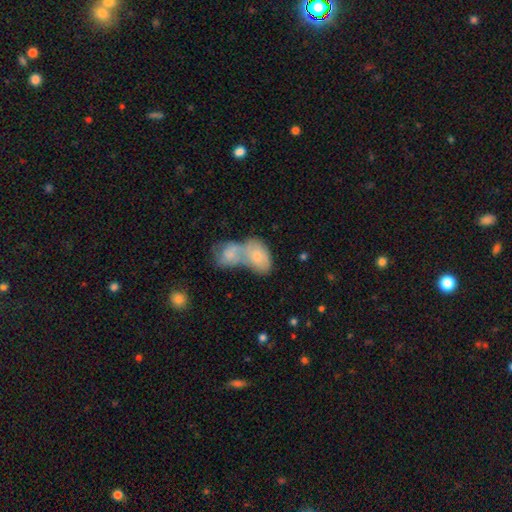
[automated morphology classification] Smooth or featured? Predicted: smooth (p=0.68). How rounded? Predicted: in between (p=0.85). Merging? Predicted: merger (p=0.74).